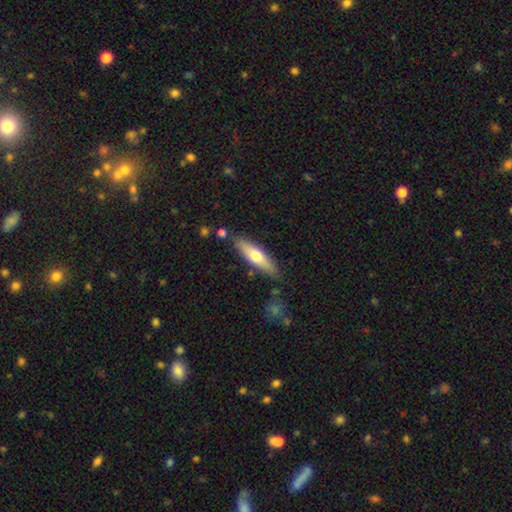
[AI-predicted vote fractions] Overall: smooth (60%; featured or disk 34%). How rounded: cigar-shaped (65%; in between 33%). Merging: none (80%).